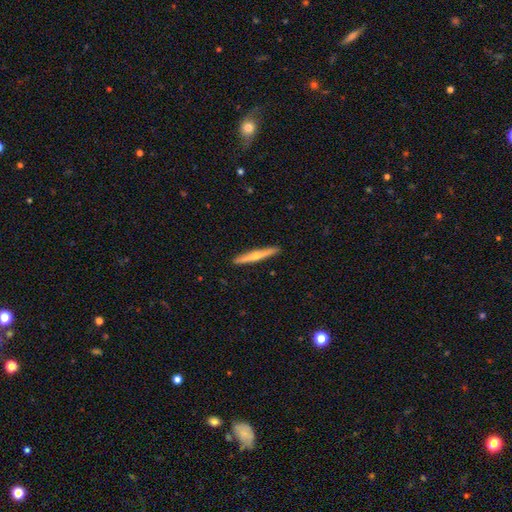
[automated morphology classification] smooth-or-featured: featured or disk: 62% | smooth: 32% | star or artifact: 6%
  disk-edge-on: yes: 97% | no: 3%
    edge-on-bulge: rounded: 84% | none: 14% | boxy: 2%
  merging: none: 92% | minor disturbance: 6% | major disturbance: 1% | merger: 1%